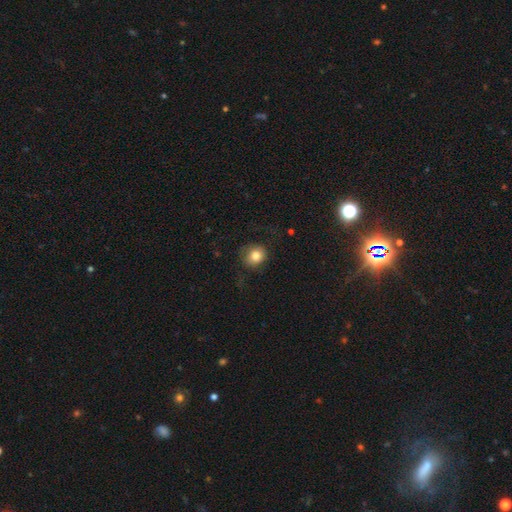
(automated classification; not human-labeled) Smooth or featured? smooth (81%)
How rounded? round (81%)
Merging? none (70%)